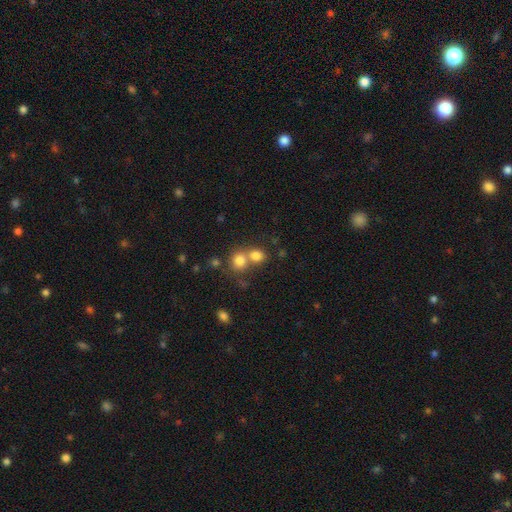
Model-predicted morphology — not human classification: This is likely a smooth galaxy (79%). How rounded: likely round (68%). Merging: possibly merger (49%).